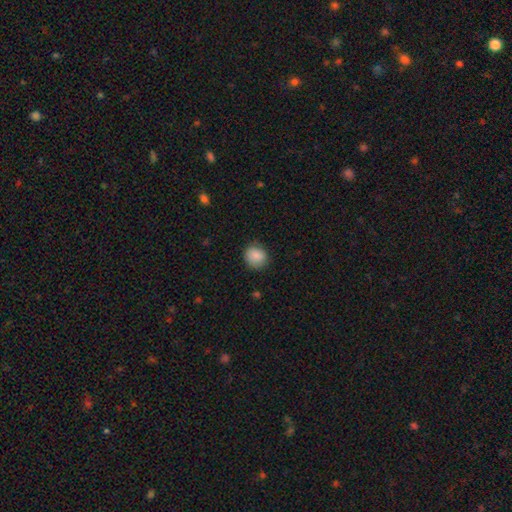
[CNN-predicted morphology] smooth 86%, star or artifact 8%, featured or disk 6%. Down the decision tree: how rounded — round (83%); merging — none (82%).